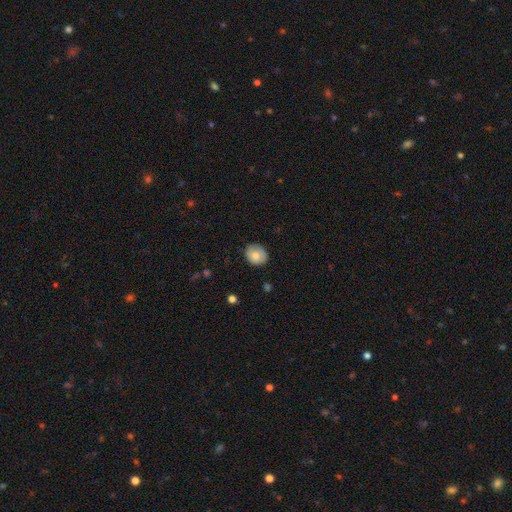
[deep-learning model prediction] A smooth galaxy with no disk features (74%) that is round (62%). Merging: none (80%).